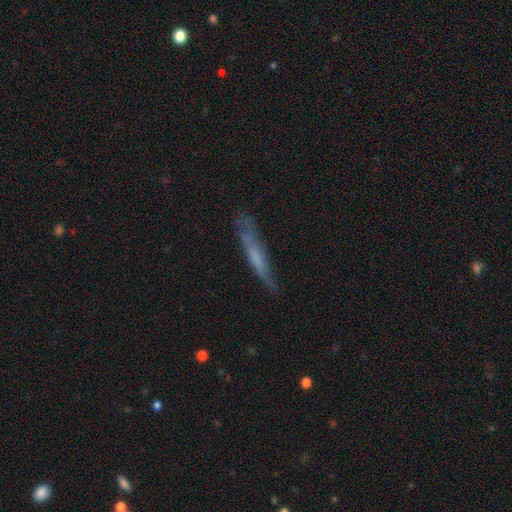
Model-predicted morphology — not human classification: Q: Smooth or featured?
A: smooth (47%); runner-up: featured or disk (45%)
Q: Merging?
A: none (69%); runner-up: minor disturbance (22%)